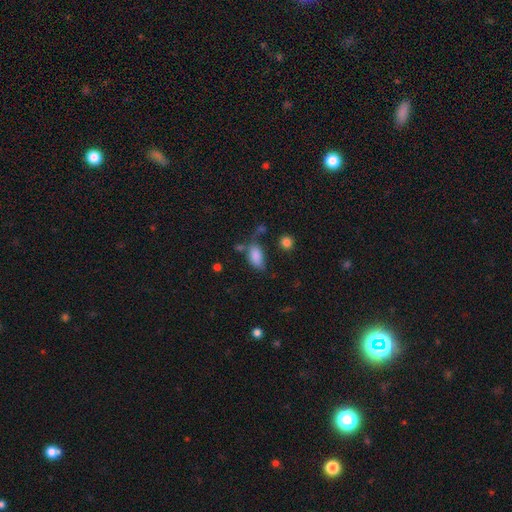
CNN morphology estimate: smooth-or-featured: smooth: 83% | star or artifact: 10% | featured or disk: 7%
  how-rounded: in between: 91% | round: 5% | cigar-shaped: 4%
  merging: none: 48% | minor disturbance: 27% | major disturbance: 13% | merger: 12%